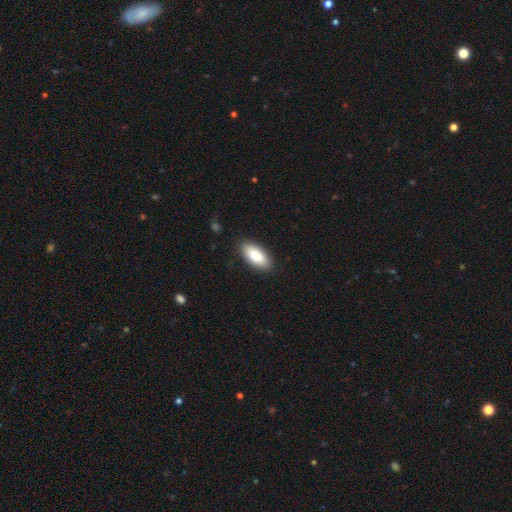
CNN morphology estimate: A smooth galaxy with no disk features (86%) that is in between round and cigar-shaped (90%). Merging: none (89%).